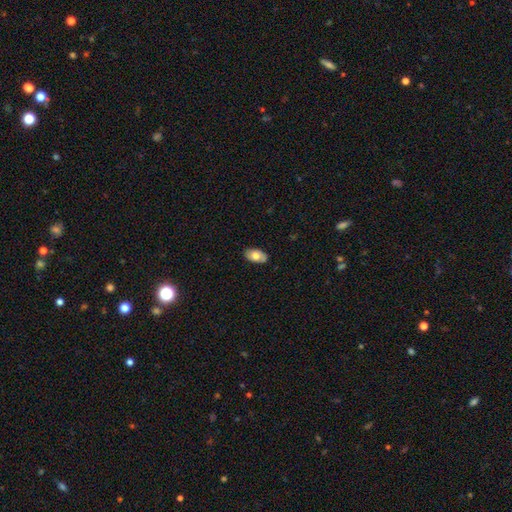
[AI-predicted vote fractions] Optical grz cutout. It shows a smooth galaxy with no disk features (69%) that is in between round and cigar-shaped (93%). Merging: none (84%).